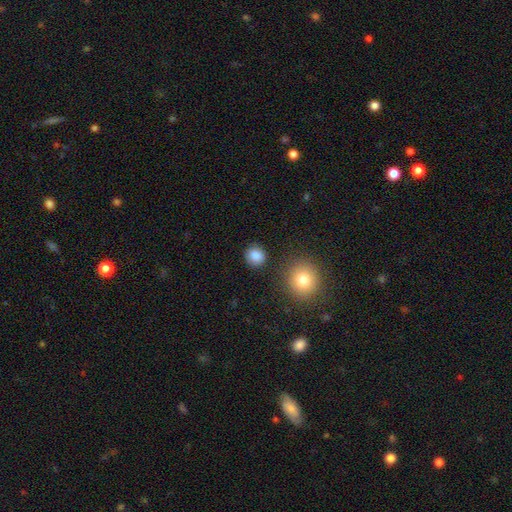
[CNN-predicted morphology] The model was most divided on "how rounded": round: 87%, in between: 12%, cigar-shaped: 1%. More confident: merging — none (86%); smooth or featured — smooth (86%).